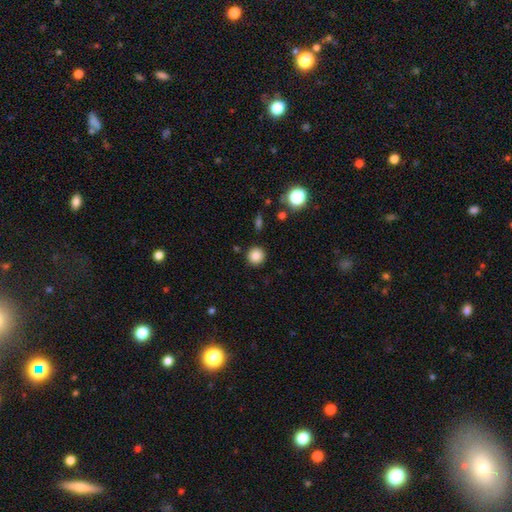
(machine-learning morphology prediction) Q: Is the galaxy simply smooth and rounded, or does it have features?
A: smooth — 85%.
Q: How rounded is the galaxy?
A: round — 94%.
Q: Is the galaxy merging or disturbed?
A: none — 91%.